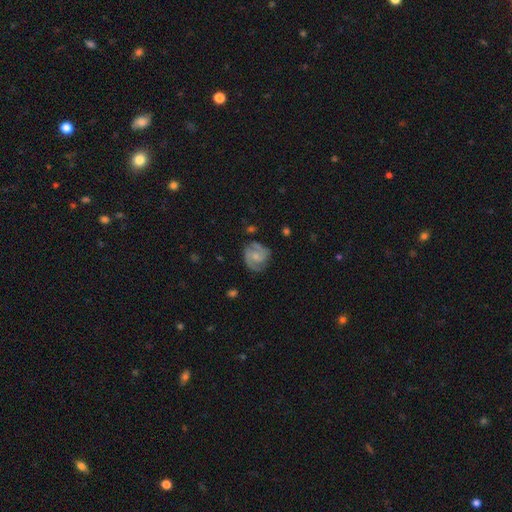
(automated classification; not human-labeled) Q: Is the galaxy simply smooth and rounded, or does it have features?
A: featured or disk — 76%.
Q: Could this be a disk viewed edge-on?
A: no — 98%.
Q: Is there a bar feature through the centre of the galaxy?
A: no — 54%.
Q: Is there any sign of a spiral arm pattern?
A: yes — 94%.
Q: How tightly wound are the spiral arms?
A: medium — 47%.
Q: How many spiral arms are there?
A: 2 — 74%.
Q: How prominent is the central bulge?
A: small — 52%.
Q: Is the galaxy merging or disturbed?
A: none — 70%.